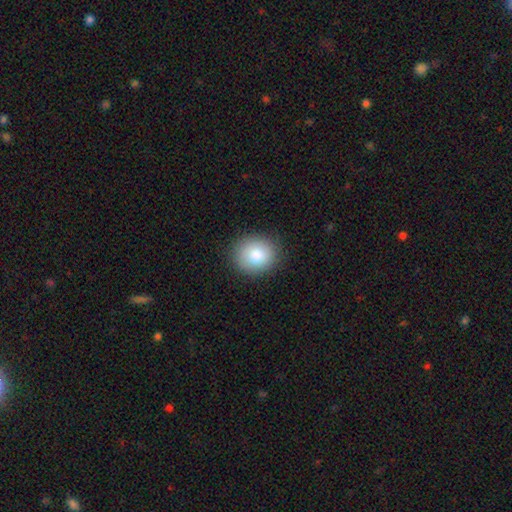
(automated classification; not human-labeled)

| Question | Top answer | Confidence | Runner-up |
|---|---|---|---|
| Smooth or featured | smooth | 83% | star or artifact (9%) |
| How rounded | round | 78% | in between (21%) |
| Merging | none | 89% | minor disturbance (8%) |